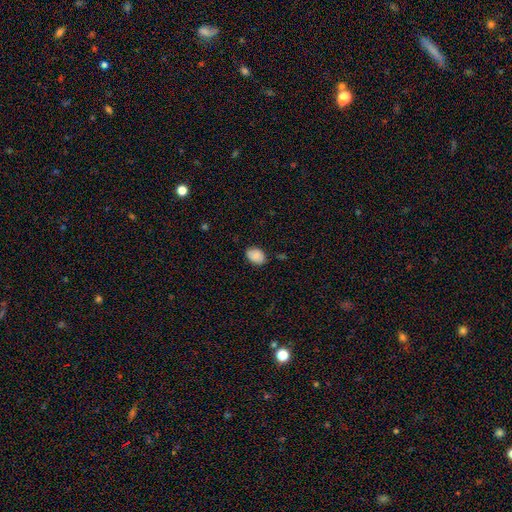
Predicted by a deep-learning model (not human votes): This appears to be a smooth galaxy with no disk features (84%) that is in between round and cigar-shaped (81%). Merging: none (78%).